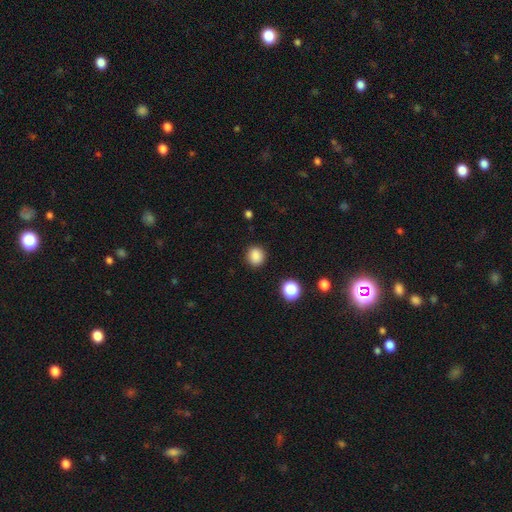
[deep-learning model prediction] Morphology: type=smooth (85%); roundness=round (83%); merging=none (89%).